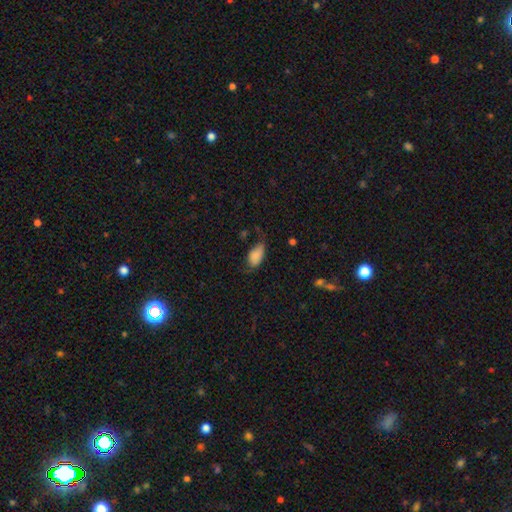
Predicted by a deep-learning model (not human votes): The model was most divided on "merging": none: 43%, minor disturbance: 39%, major disturbance: 16%, merger: 2%. More confident: how rounded — in between (94%); smooth or featured — smooth (84%).